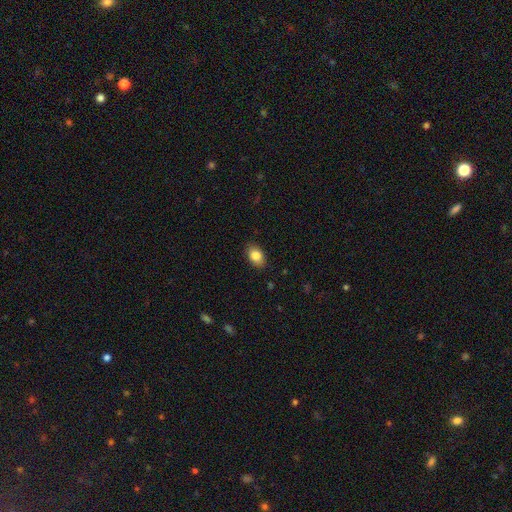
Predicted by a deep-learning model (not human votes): Smooth or featured?
  - smooth: 83% *
  - featured or disk: 9%
  - star or artifact: 8%
How rounded?
  - in between: 85% *
  - round: 14%
  - cigar-shaped: 1%
Merging?
  - none: 87% *
  - minor disturbance: 10%
  - major disturbance: 2%
  - merger: 1%